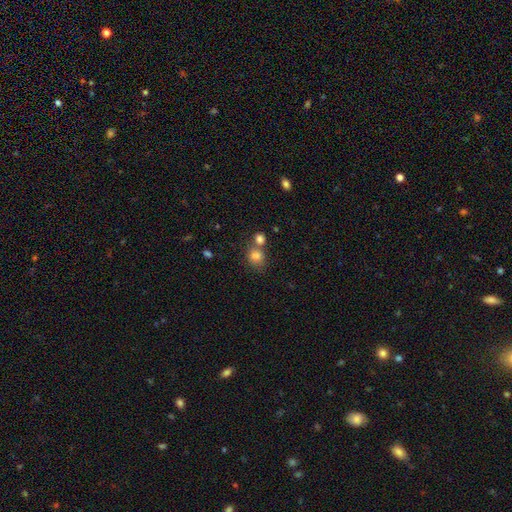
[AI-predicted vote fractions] A smooth galaxy with no disk features (81%) that is round (68%). Merging: none (50%).